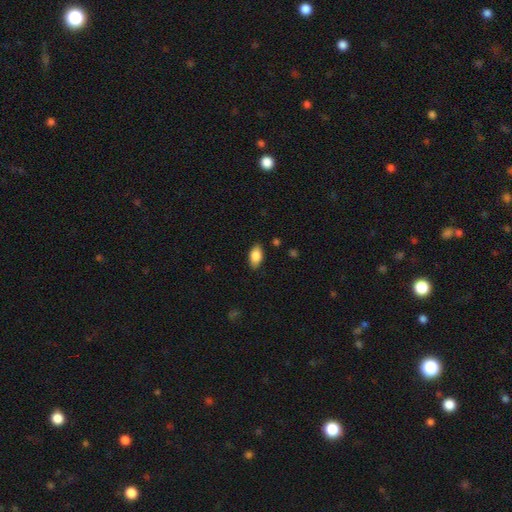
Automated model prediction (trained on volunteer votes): This is clearly a smooth galaxy (86%). How rounded: clearly in between (92%). Merging: clearly none (86%).